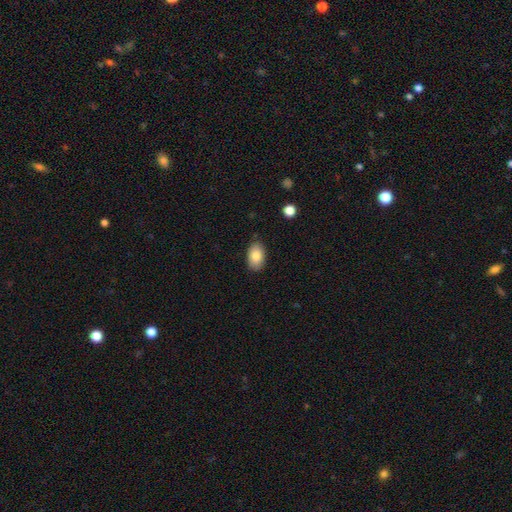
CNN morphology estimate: type=smooth (84%); roundness=in between (92%); merging=none (85%).